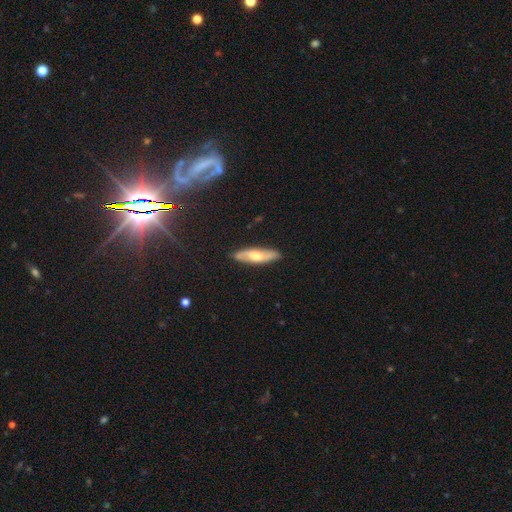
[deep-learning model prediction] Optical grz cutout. It shows a featured or disk galaxy (54%). Merging: none (85%).